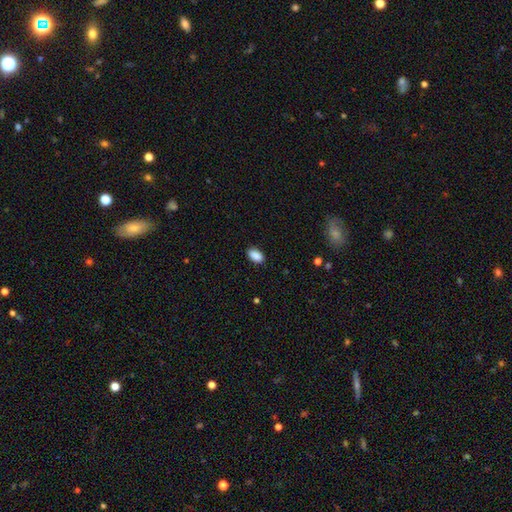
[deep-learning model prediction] Smooth or featured? Predicted: smooth (p=0.89). How rounded? Predicted: in between (p=0.92). Merging? Predicted: none (p=0.87).